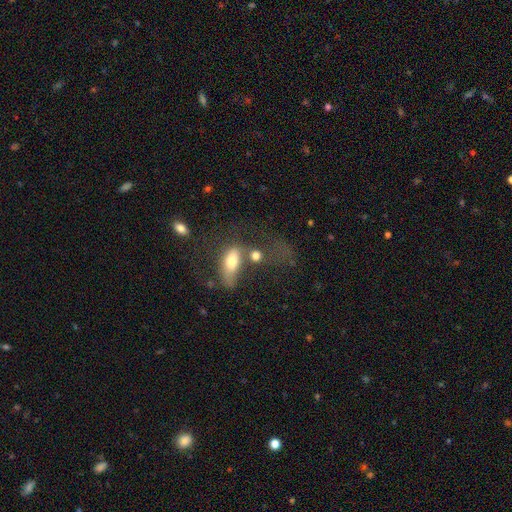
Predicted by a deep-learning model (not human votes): smooth-or-featured: smooth: 69% | featured or disk: 20% | star or artifact: 11%
  how-rounded: in between: 69% | round: 21% | cigar-shaped: 10%
  merging: merger: 42% | major disturbance: 24% | none: 22% | minor disturbance: 12%